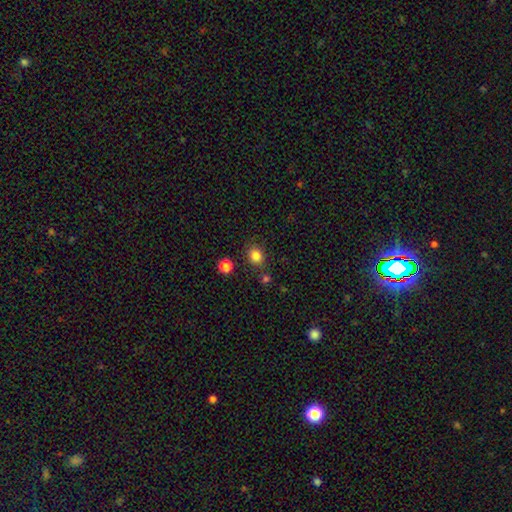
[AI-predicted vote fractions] smooth_or_featured: smooth (p=0.83) [alt: star or artifact p=0.12]
how_rounded: round (p=0.68) [alt: in between p=0.32]
merging: none (p=0.78) [alt: minor disturbance p=0.12]